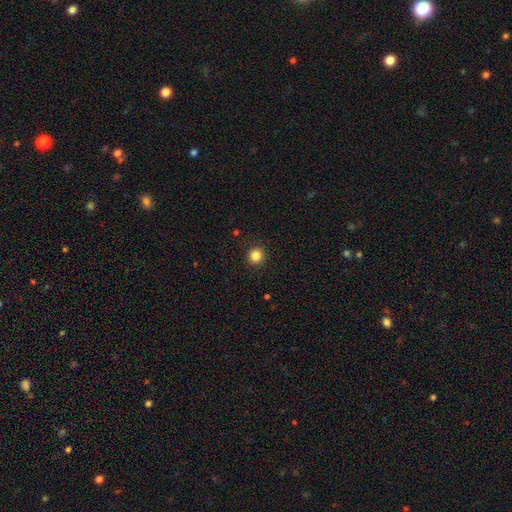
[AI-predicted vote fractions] Overall: smooth (84%). How rounded: round (94%). Merging: none (92%).